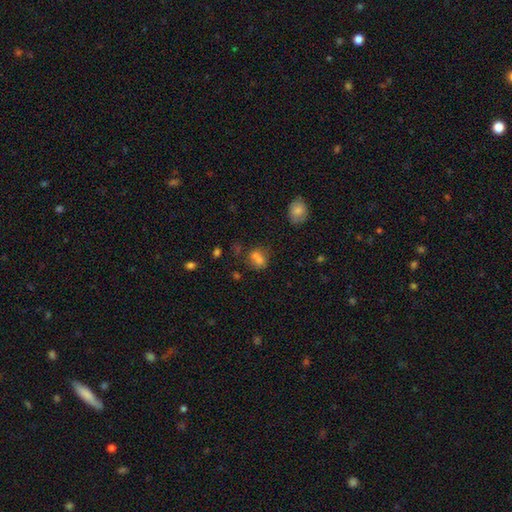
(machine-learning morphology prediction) smooth 70%, star or artifact 17%, featured or disk 13%. Down the decision tree: how rounded — in between (51%); merging — none (41%).